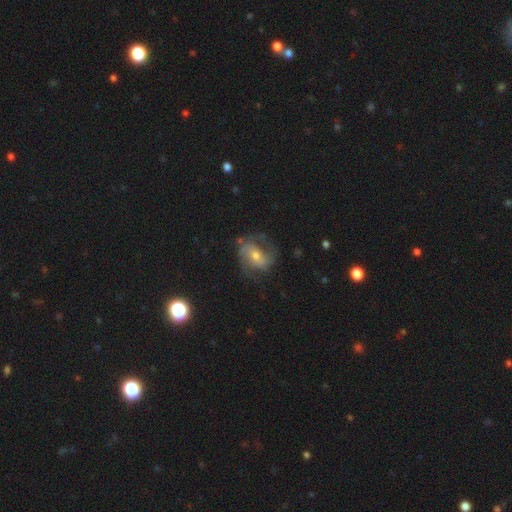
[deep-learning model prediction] A featured or disk galaxy (73%) with a weak bar (42%), 2 (78%) medium (49%) spiral arms (89%) and a moderate central bulge (58%).

Vote fractions:
- Smooth or featured? featured or disk: 73% / smooth: 19% / star or artifact: 7%
- Edge-on disk? no: 97% / yes: 3%
- Bar? weak: 42% / no: 41% / strong: 17%
- Spiral arms? yes: 89% / no: 11%
- Spiral winding? medium: 49% / loose: 27% / tight: 24%
- Spiral arm count? 2: 78% / can't tell: 11% / 3: 4% / 1: 4% / 4: 2% / more than 4: 1%
- Bulge size? moderate: 58% / small: 34% / large: 5% / none: 2% / dominant: 1%
- Merging? none: 60% / minor disturbance: 22% / major disturbance: 16% / merger: 2%